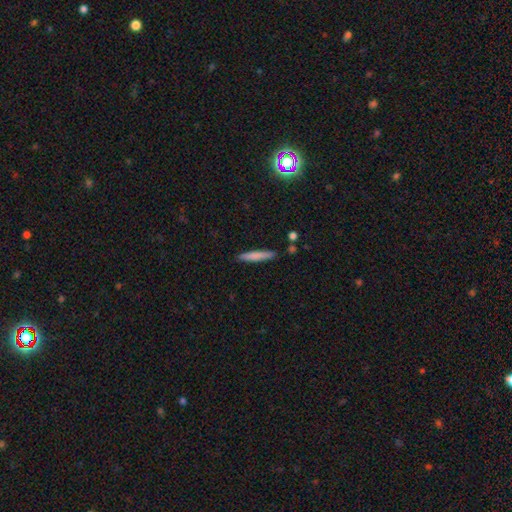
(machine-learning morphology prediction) Q: Smooth or featured?
A: smooth (76%); runner-up: featured or disk (18%)
Q: How rounded?
A: cigar-shaped (93%); runner-up: in between (6%)
Q: Merging?
A: none (87%); runner-up: minor disturbance (9%)